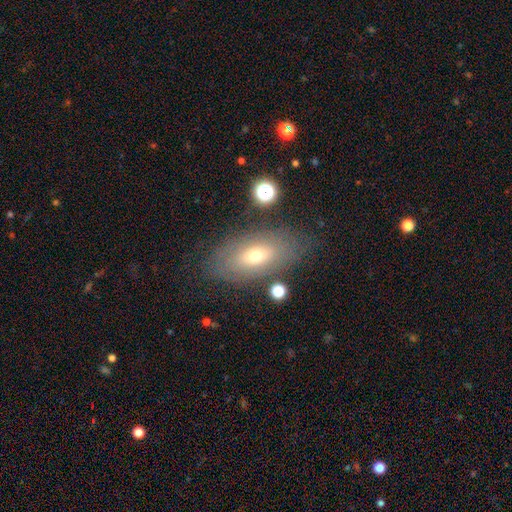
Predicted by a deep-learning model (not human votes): Smooth or featured? Predicted: smooth (p=0.54). How rounded? Predicted: in between (p=0.86). Merging? Predicted: none (p=0.76).